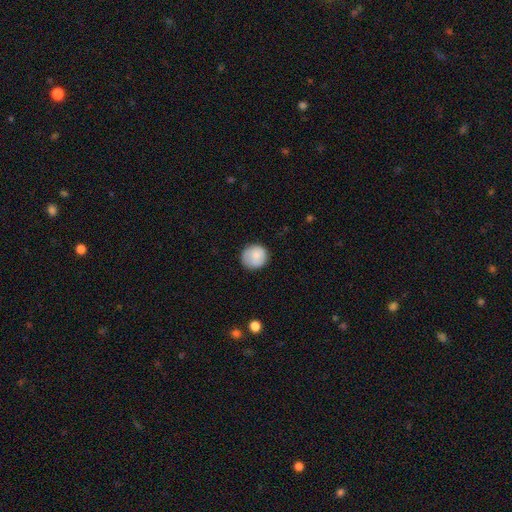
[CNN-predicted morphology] smooth_or_featured: smooth (p=0.84) [alt: featured or disk p=0.09]
how_rounded: round (p=0.91) [alt: in between p=0.08]
merging: none (p=0.82) [alt: minor disturbance p=0.13]